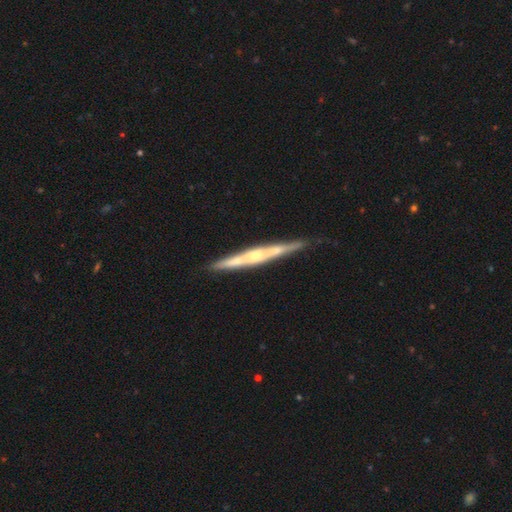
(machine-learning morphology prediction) A featured or disk galaxy (73%) viewed edge-on (97%) with a rounded central bulge (61%). Merging: none (84%).